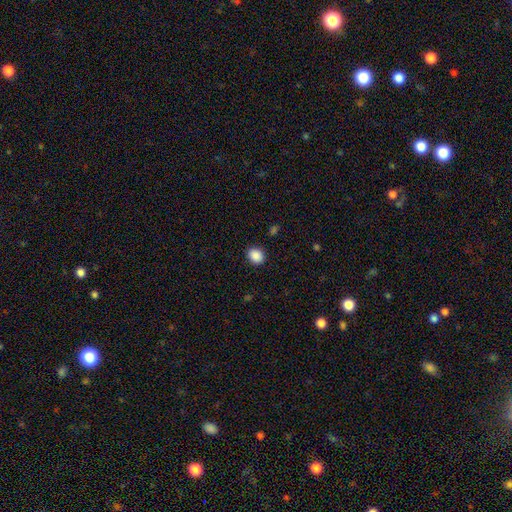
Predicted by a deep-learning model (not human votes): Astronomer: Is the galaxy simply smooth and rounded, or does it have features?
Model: smooth — 89%.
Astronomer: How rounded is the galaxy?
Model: round — 59% (runner-up: in between, 40%).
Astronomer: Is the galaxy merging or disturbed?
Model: none — 90%.